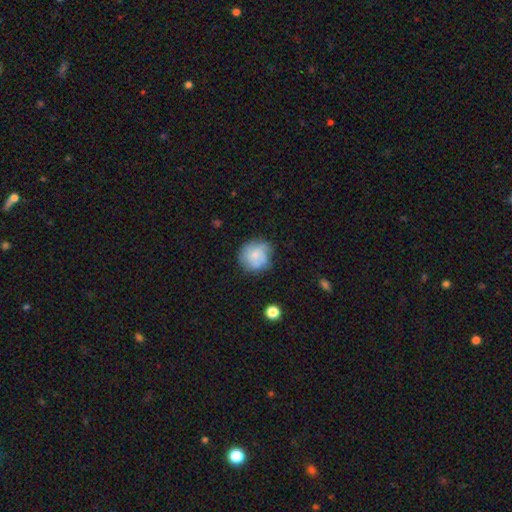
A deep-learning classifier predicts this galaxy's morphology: This is likely a smooth galaxy (66%). How rounded: clearly round (85%). Merging: likely none (62%).